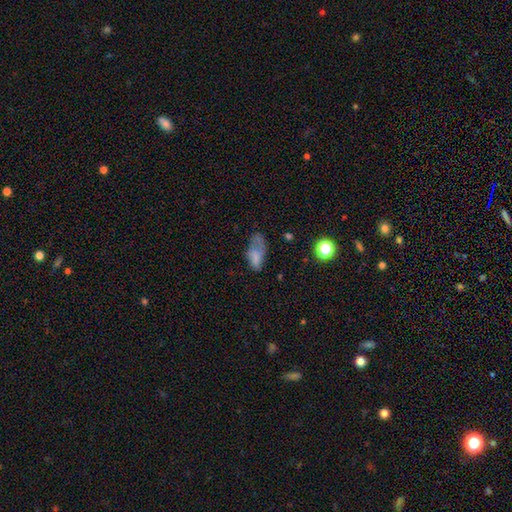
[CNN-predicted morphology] A smooth galaxy with no disk features (68%) that is in between round and cigar-shaped (86%). Merging: major disturbance (33%).